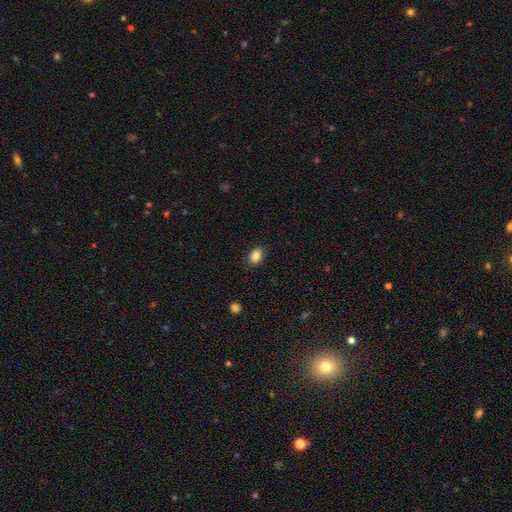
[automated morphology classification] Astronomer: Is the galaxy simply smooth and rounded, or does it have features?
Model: smooth — 88%.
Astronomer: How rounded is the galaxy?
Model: in between — 83%.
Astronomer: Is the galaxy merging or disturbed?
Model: none — 86%.